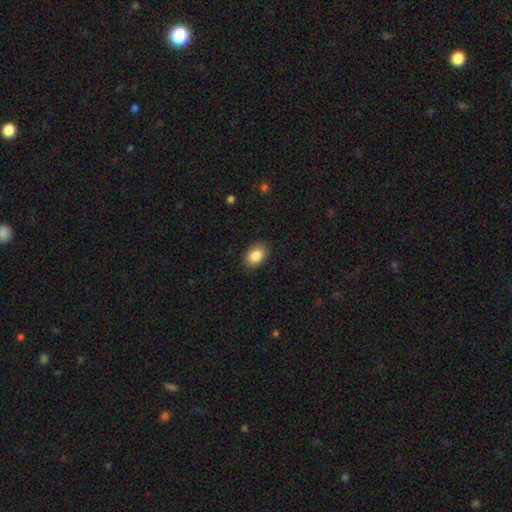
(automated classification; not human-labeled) Q: Smooth or featured?
A: smooth (86%); runner-up: star or artifact (7%)
Q: How rounded?
A: in between (80%); runner-up: round (19%)
Q: Merging?
A: none (87%); runner-up: minor disturbance (10%)